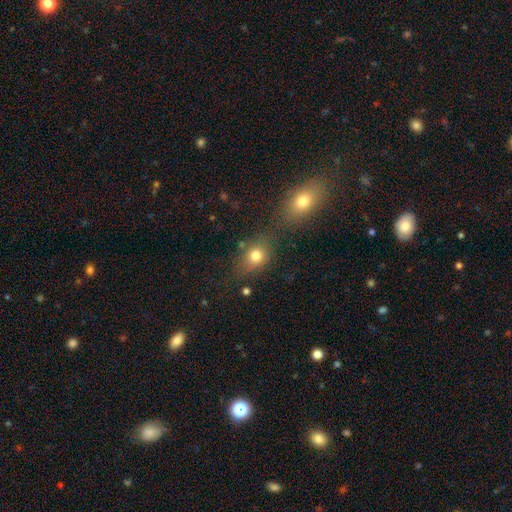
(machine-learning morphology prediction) Smooth or featured? Predicted: smooth (p=0.75). How rounded? Predicted: round (p=0.51). Merging? Predicted: none (p=0.58).